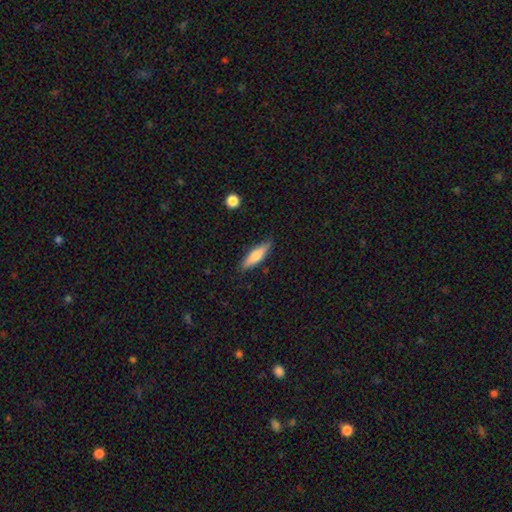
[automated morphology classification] A smooth galaxy with no disk features (63%) that is cigar-shaped (69%).

Vote fractions:
- Smooth or featured? smooth: 63% / featured or disk: 31% / star or artifact: 6%
- How rounded? cigar-shaped: 69% / in between: 29% / round: 2%
- Merging? none: 85% / minor disturbance: 11% / major disturbance: 2% / merger: 1%